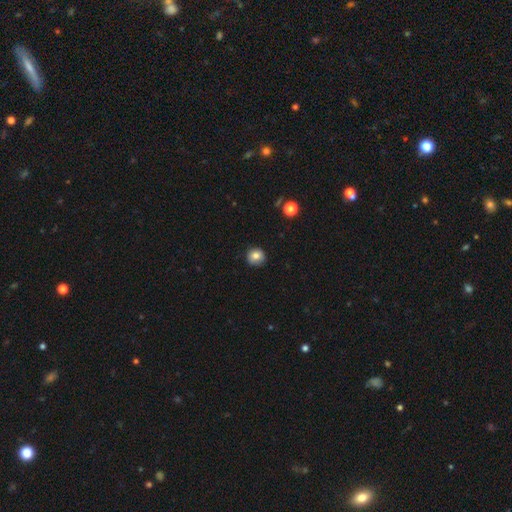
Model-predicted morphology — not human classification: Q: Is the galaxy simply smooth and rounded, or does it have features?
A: smooth — 81%.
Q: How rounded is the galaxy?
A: round — 90%.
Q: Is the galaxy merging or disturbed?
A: none — 85%.